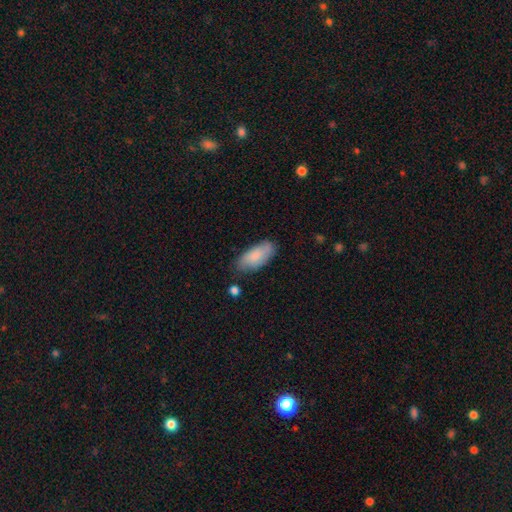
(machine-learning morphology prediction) Smooth or featured: smooth — 82% (featured or disk — 12%)
How rounded: in between — 86% (cigar-shaped — 12%)
Merging: none — 74% (minor disturbance — 20%)